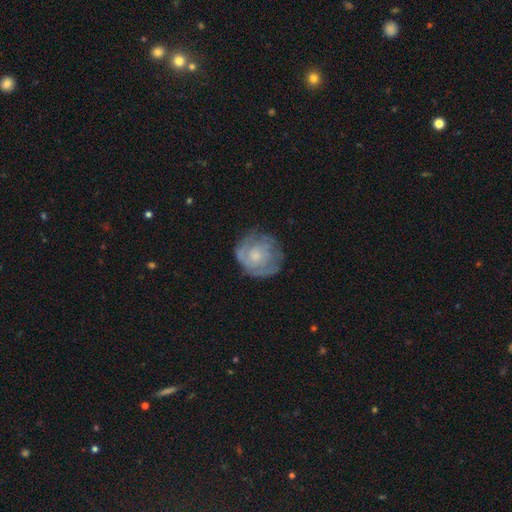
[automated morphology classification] Smooth or featured: featured or disk — 65% (smooth — 29%)
Edge-on disk: no — 98% (yes — 2%)
Bar: no — 82% (weak — 16%)
Spiral arms: yes — 77% (no — 23%)
Bulge size: small — 53% (moderate — 35%)
Merging: none — 68% (minor disturbance — 21%)